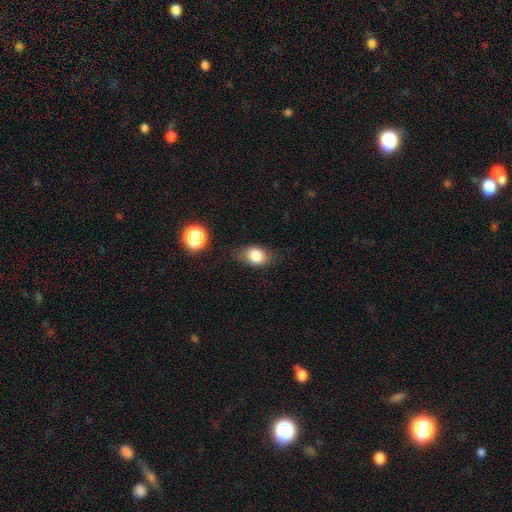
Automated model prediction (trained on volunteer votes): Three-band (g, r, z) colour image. It shows a smooth galaxy with no disk features (81%) that is in between round and cigar-shaped (72%). Merging: none (73%).